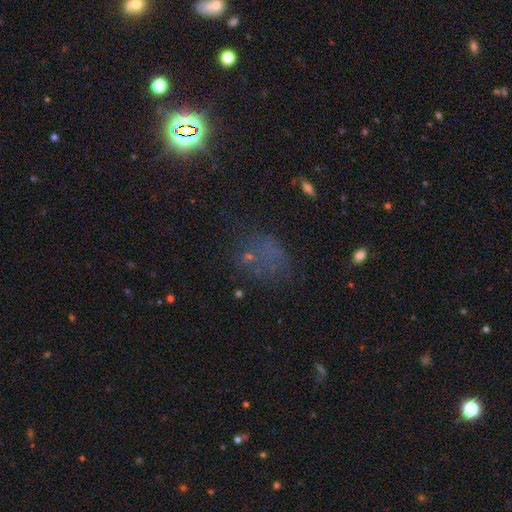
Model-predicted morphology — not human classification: Smooth or featured? star or artifact (46%)